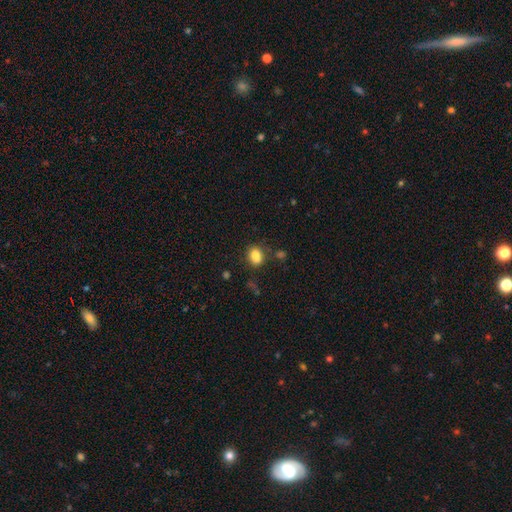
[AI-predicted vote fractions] Overall: smooth (84%). How rounded: in between (57%; round 42%). Merging: none (74%).